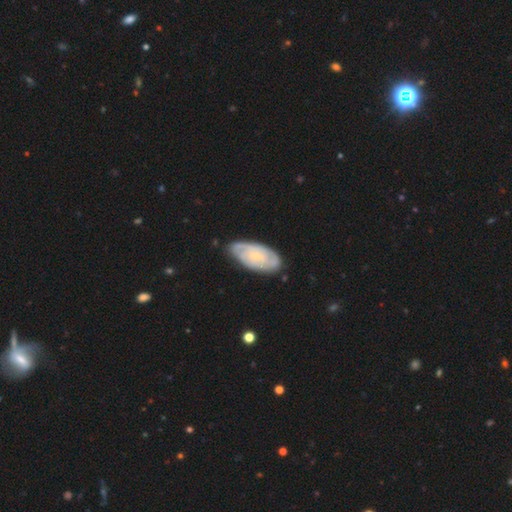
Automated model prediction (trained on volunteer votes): The model was most divided on "spiral arm count": can't tell: 43%, 2: 30%, 3: 14%, 4: 6%, 1: 4%, more than 4: 3%. More confident: edge-on disk — no (94%); spiral arms — yes (90%); merging — none (73%); bulge size — small (72%); bar — no (69%); spiral winding — tight (67%); smooth or featured — featured or disk (66%).